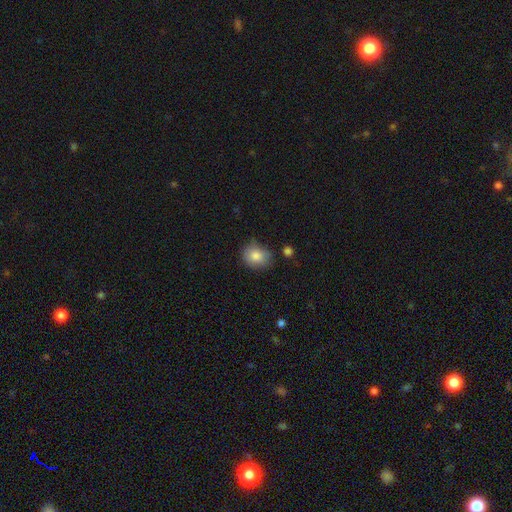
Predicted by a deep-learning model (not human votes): Overall: smooth (83%). How rounded: round (56%; in between 43%). Merging: none (68%).